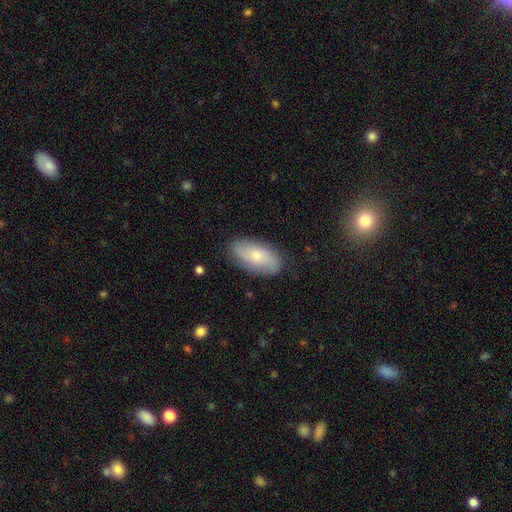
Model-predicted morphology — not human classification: Overall: smooth (52%; featured or disk 41%). How rounded: in between (92%). Merging: none (82%).